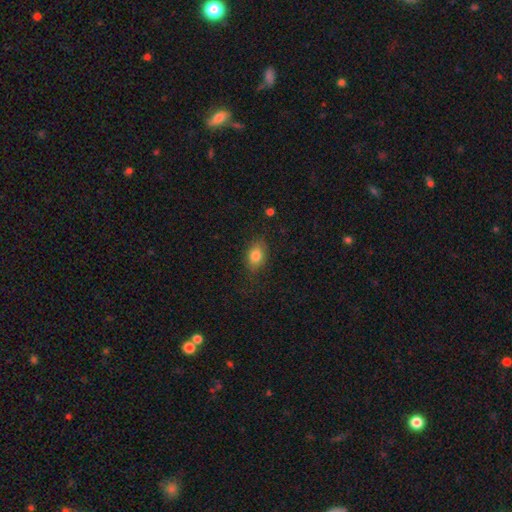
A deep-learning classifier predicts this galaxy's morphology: The model was most divided on "how rounded": in between: 77%, round: 21%, cigar-shaped: 2%. More confident: smooth or featured — smooth (81%); merging — none (77%).